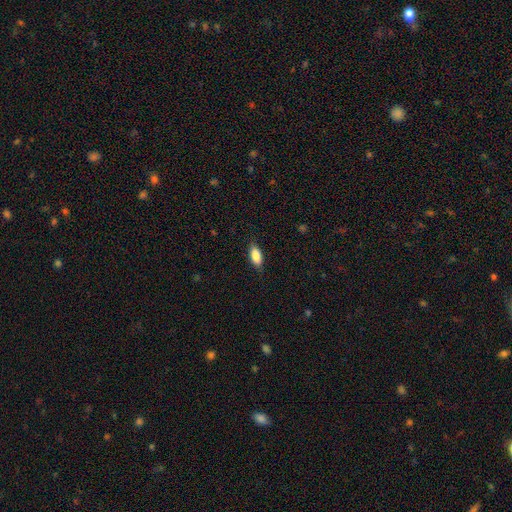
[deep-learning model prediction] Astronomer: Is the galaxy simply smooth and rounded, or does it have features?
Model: smooth — 83%.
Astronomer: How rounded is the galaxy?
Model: in between — 84%.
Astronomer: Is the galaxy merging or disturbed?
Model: none — 84%.